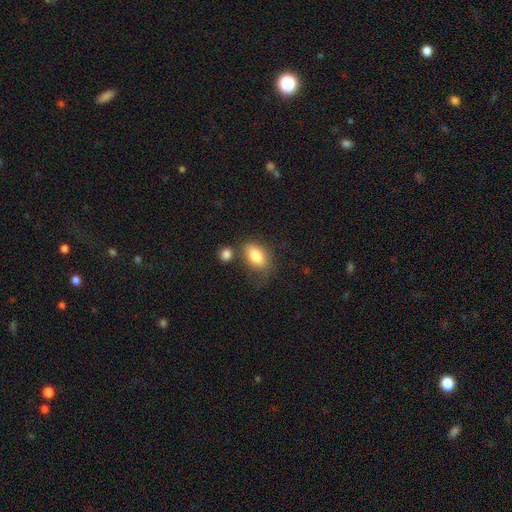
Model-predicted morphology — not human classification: Smooth or featured? Predicted: smooth (p=0.82). How rounded? Predicted: in between (p=0.89). Merging? Predicted: none (p=0.55).